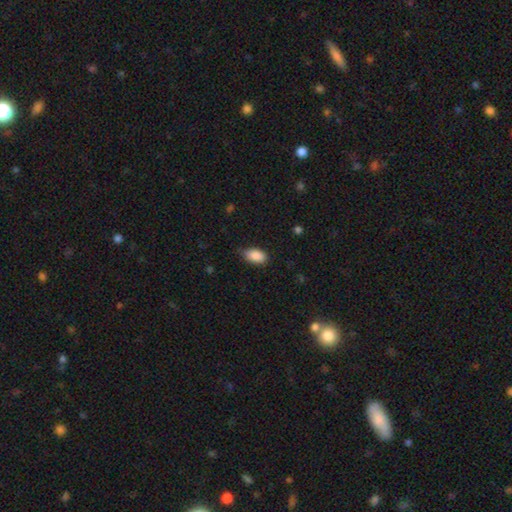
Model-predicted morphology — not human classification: This is clearly a smooth galaxy (89%). How rounded: clearly in between (93%). Merging: likely none (76%).